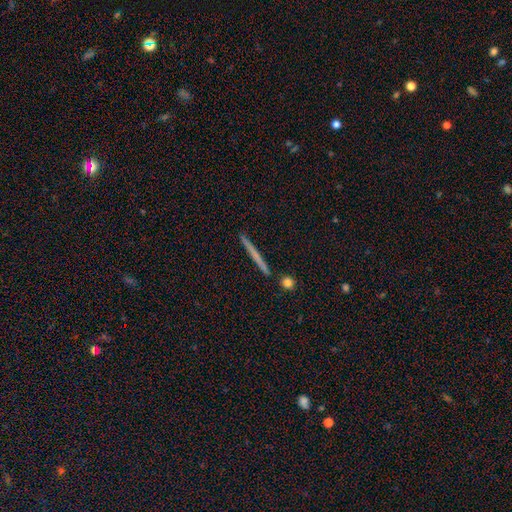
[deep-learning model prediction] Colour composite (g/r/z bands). It shows a smooth galaxy with no disk features (50%). Merging: none (90%).